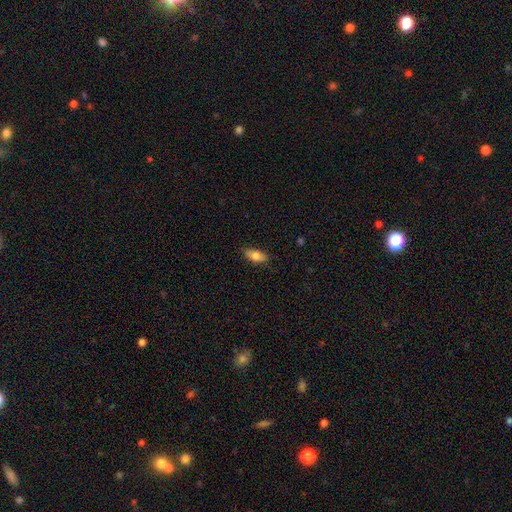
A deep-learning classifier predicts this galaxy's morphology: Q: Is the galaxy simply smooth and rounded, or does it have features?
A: smooth — 78%.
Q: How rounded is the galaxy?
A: in between — 82%.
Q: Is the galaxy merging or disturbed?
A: none — 80%.